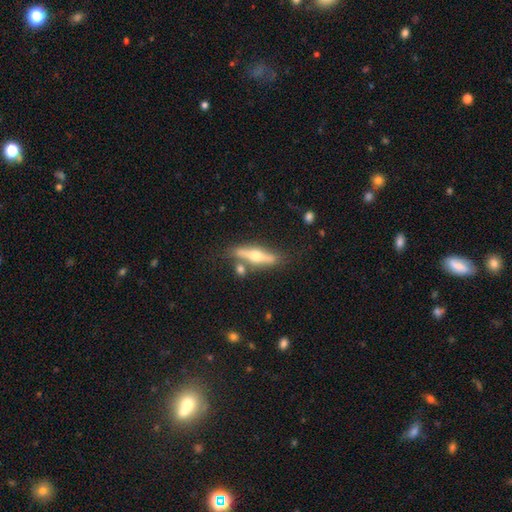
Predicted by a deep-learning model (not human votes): smooth-or-featured: featured or disk: 61% | smooth: 33% | star or artifact: 6%
  disk-edge-on: yes: 91% | no: 9%
    edge-on-bulge: rounded: 94% | none: 3% | boxy: 3%
  merging: none: 73% | minor disturbance: 13% | merger: 11% | major disturbance: 4%